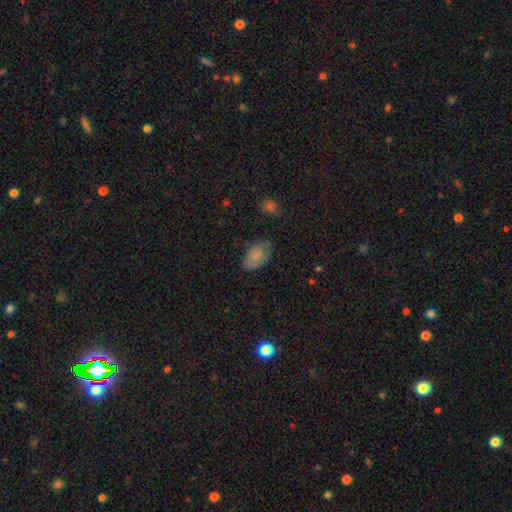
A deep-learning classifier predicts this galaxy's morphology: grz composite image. It shows a smooth galaxy with no disk features (81%) that is in between round and cigar-shaped (91%). Merging: none (70%).